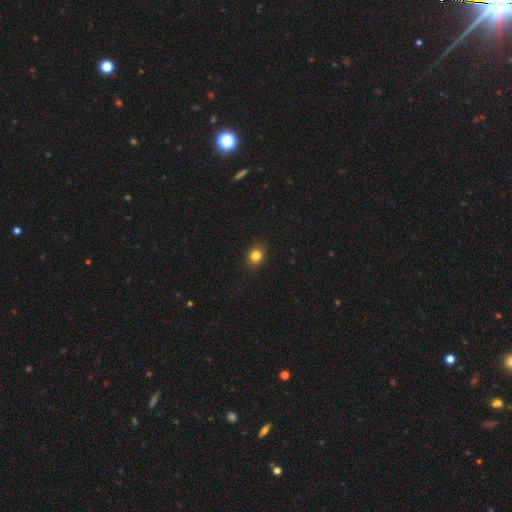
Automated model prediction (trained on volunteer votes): smooth 83%, star or artifact 12%, featured or disk 5%. Down the decision tree: how rounded — round (65%); merging — none (90%).